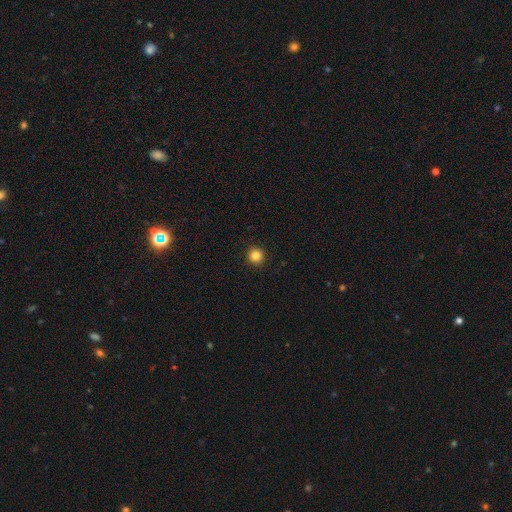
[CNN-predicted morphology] The model was most divided on "smooth or featured": smooth: 84%, star or artifact: 12%, featured or disk: 4%. More confident: how rounded — round (96%); merging — none (93%).